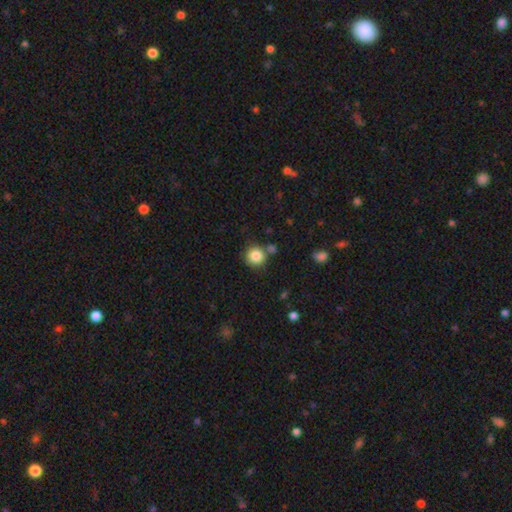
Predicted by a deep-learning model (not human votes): This appears to be a smooth galaxy with no disk features (84%) that is round (93%). Merging: none (76%).